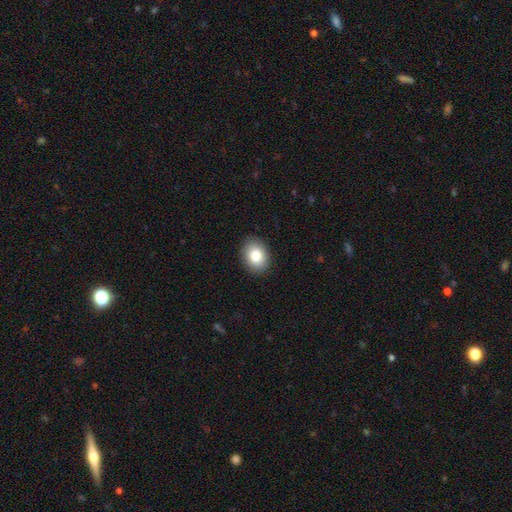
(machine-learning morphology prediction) smooth-or-featured: smooth: 82% | featured or disk: 9% | star or artifact: 9%
  how-rounded: in between: 60% | round: 39% | cigar-shaped: 1%
  merging: none: 90% | minor disturbance: 7% | major disturbance: 2% | merger: 1%